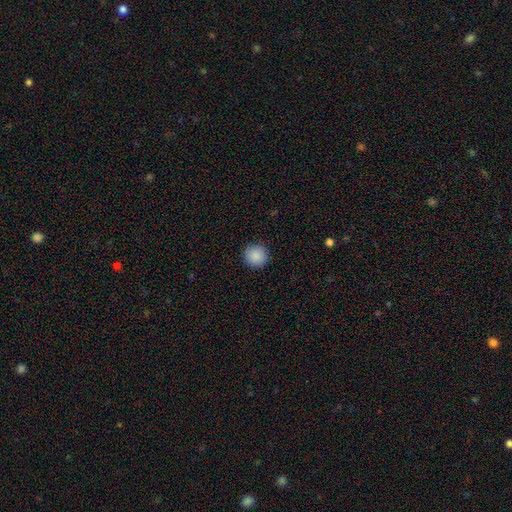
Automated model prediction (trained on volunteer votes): The model was most divided on "smooth or featured": smooth: 89%, star or artifact: 8%, featured or disk: 3%. More confident: how rounded — round (94%); merging — none (92%).